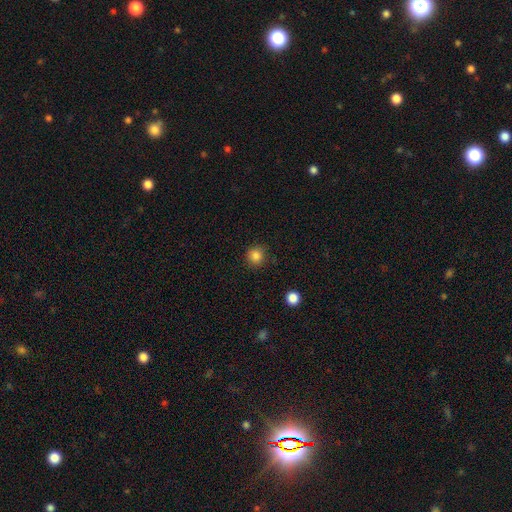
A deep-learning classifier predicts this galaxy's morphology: A smooth galaxy with no disk features (85%) that is round (93%). Merging: none (88%).